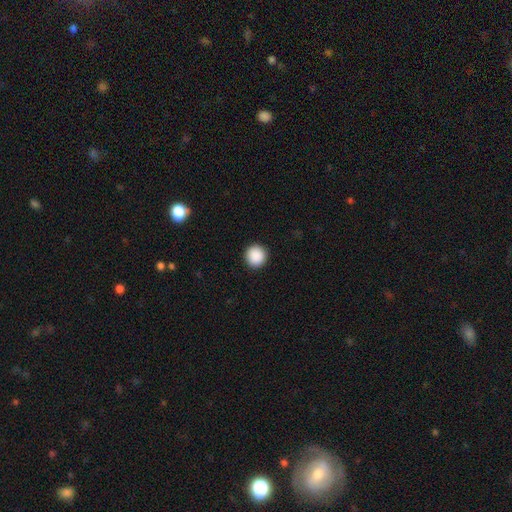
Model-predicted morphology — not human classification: This is clearly a smooth galaxy (89%). How rounded: clearly round (95%). Merging: clearly none (93%).